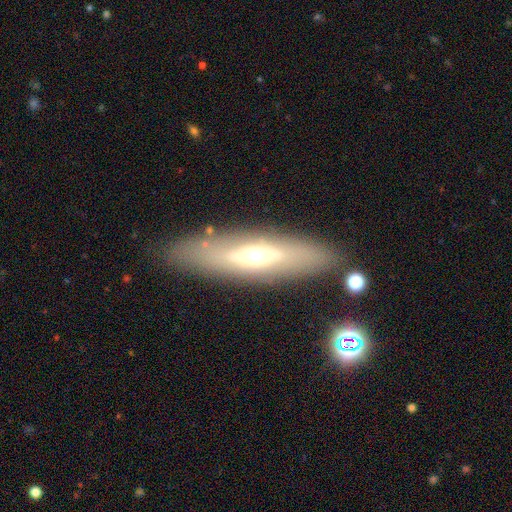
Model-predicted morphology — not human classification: smooth-or-featured: featured or disk: 57% | smooth: 36% | star or artifact: 8%
  disk-edge-on: yes: 60% | no: 40%
  merging: none: 83% | minor disturbance: 10% | major disturbance: 3% | merger: 3%